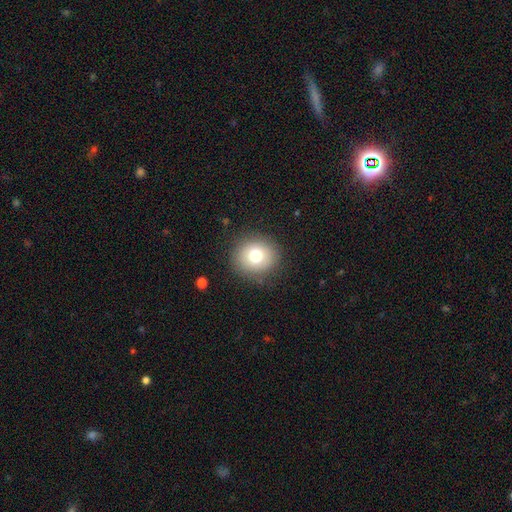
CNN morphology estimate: A smooth galaxy with no disk features (75%) that is round (86%). Merging: none (87%).